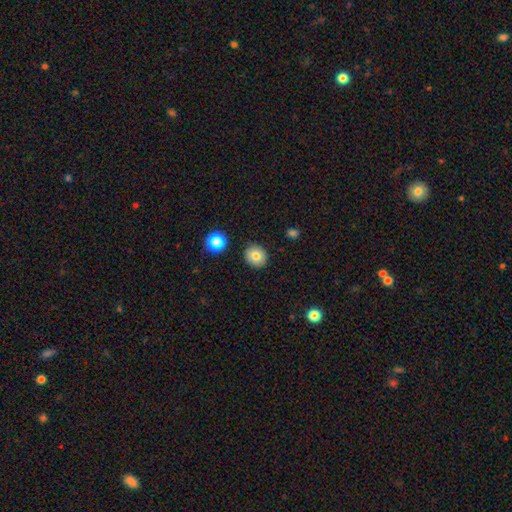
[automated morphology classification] Smooth or featured? Predicted: smooth (p=0.79). How rounded? Predicted: round (p=0.76). Merging? Predicted: none (p=0.89).